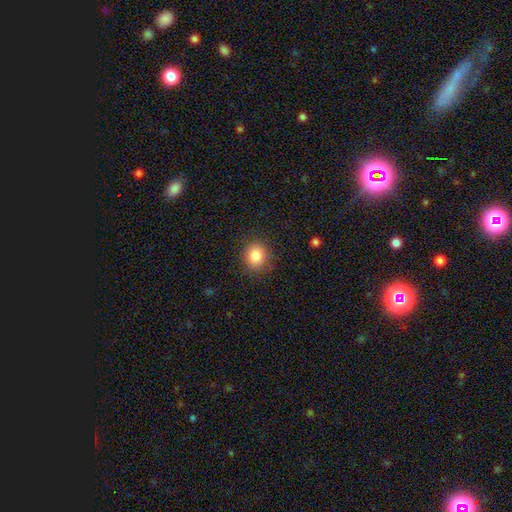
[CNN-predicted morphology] Smooth or featured? smooth (85%)
How rounded? round (79%)
Merging? none (87%)